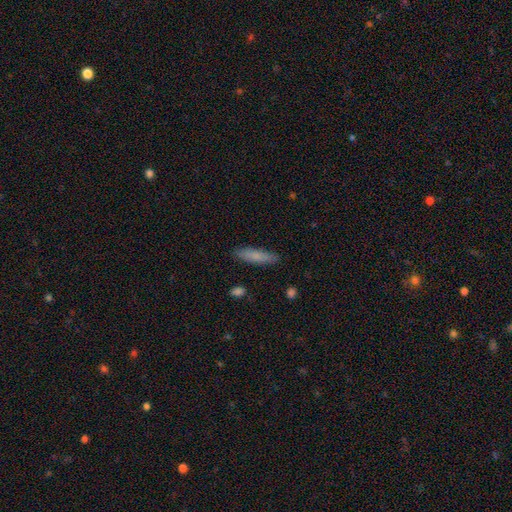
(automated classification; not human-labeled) smooth-or-featured: smooth: 78% | featured or disk: 16% | star or artifact: 6%
  how-rounded: cigar-shaped: 81% | in between: 18% | round: 2%
  merging: none: 88% | minor disturbance: 9% | major disturbance: 2% | merger: 1%